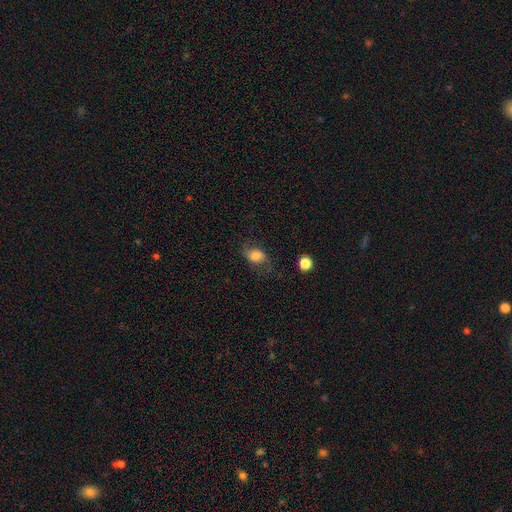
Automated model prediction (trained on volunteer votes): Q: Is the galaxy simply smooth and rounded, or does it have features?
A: smooth — 66%.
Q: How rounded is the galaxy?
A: in between — 63%.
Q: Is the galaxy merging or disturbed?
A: none — 60%.